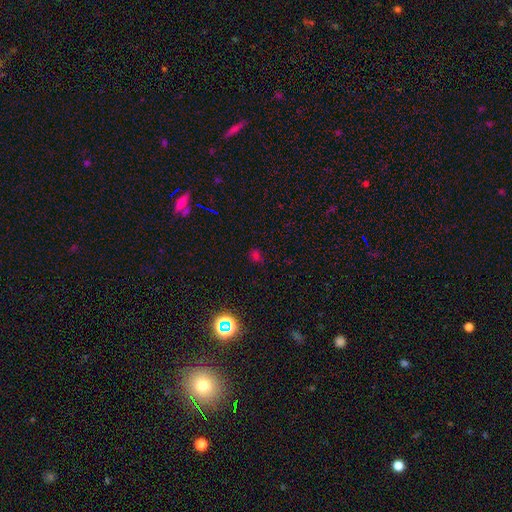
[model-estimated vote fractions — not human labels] A star or artifact, not a galaxy (49%).

Vote fractions:
- Smooth or featured? star or artifact: 49% / smooth: 44% / featured or disk: 7%